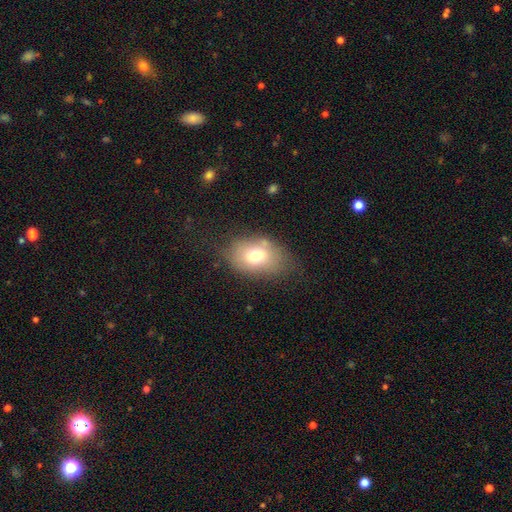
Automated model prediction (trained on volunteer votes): Smooth or featured: smooth — 71% (featured or disk — 19%)
How rounded: in between — 83% (round — 16%)
Merging: none — 64% (minor disturbance — 23%)